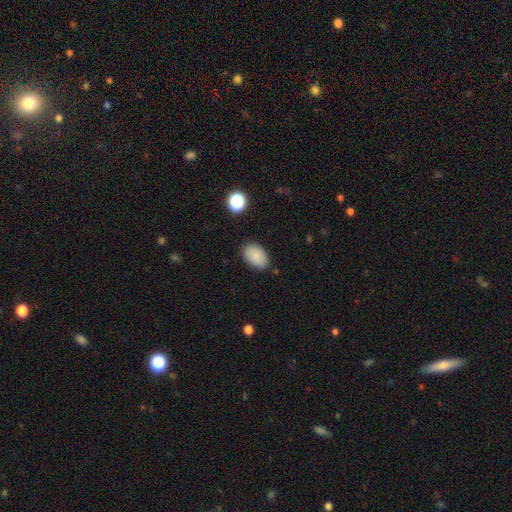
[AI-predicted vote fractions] Smooth or featured?
  - smooth: 87% *
  - star or artifact: 8%
  - featured or disk: 5%
How rounded?
  - in between: 88% *
  - round: 11%
  - cigar-shaped: 1%
Merging?
  - none: 85% *
  - minor disturbance: 11%
  - major disturbance: 3%
  - merger: 2%